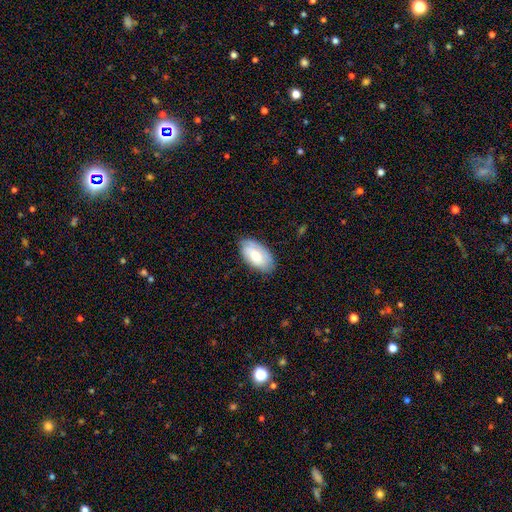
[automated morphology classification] Smooth or featured: smooth — 72% (featured or disk — 22%)
How rounded: in between — 95% (round — 2%)
Merging: none — 78% (minor disturbance — 18%)